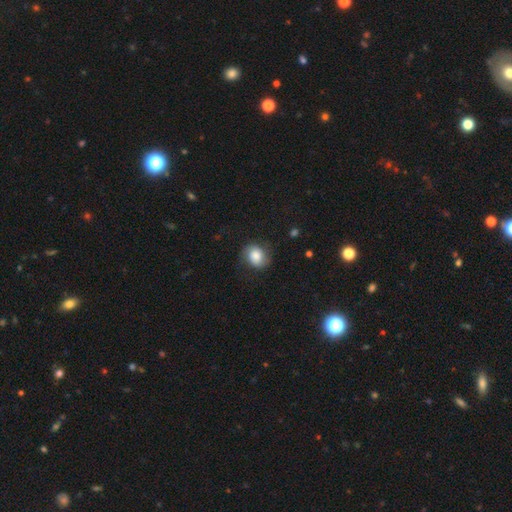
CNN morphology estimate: Q: Smooth or featured?
A: smooth (73%); runner-up: featured or disk (19%)
Q: How rounded?
A: round (61%); runner-up: in between (38%)
Q: Merging?
A: none (71%); runner-up: minor disturbance (20%)